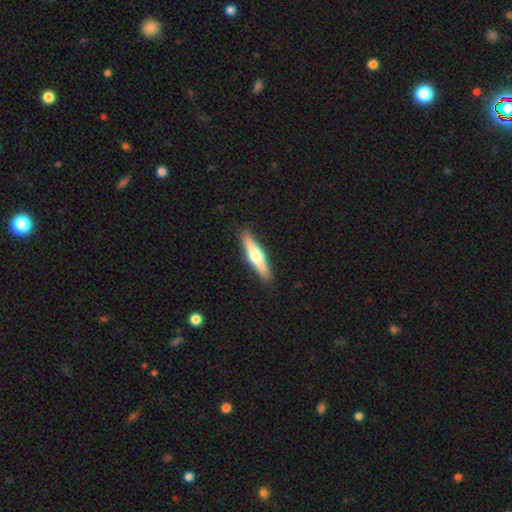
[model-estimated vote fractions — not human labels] Q: Smooth or featured?
A: featured or disk (55%); runner-up: smooth (39%)
Q: Edge-on disk?
A: yes (94%); runner-up: no (6%)
Q: Edge-on bulge?
A: rounded (94%); runner-up: none (3%)
Q: Merging?
A: none (90%); runner-up: minor disturbance (7%)